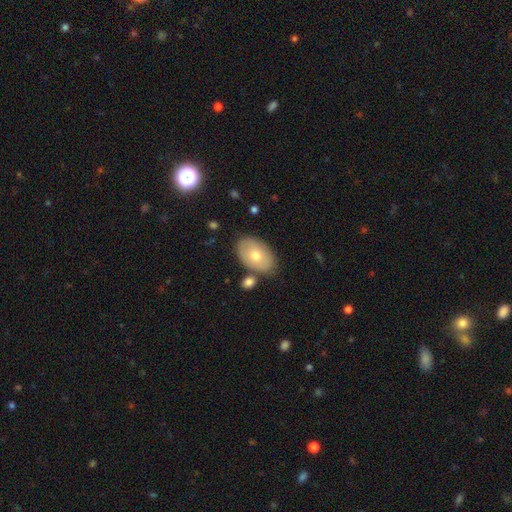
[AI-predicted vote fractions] Smooth or featured? Predicted: smooth (p=0.67). How rounded? Predicted: in between (p=0.91). Merging? Predicted: none (p=0.78).